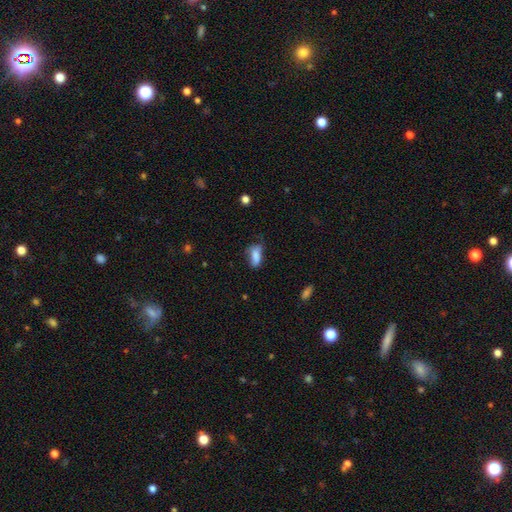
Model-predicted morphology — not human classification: A smooth galaxy with no disk features (80%) that is in between round and cigar-shaped (82%). Merging: none (45%).